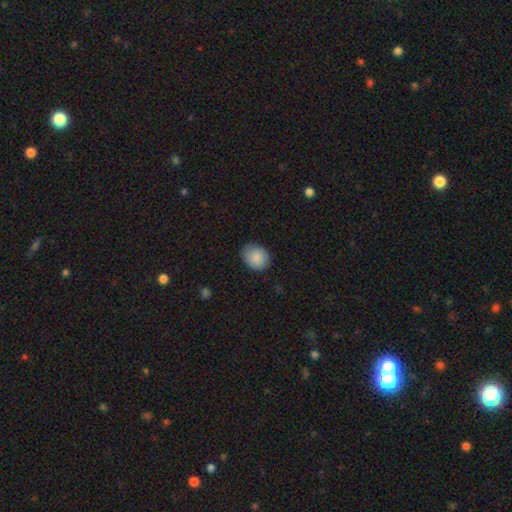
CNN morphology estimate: Smooth or featured: smooth — 87% (star or artifact — 7%)
How rounded: in between — 53% (round — 46%)
Merging: none — 80% (minor disturbance — 16%)